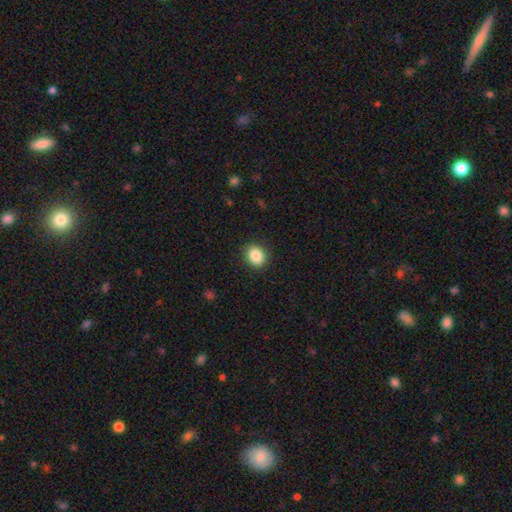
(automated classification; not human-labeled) The model was most divided on "how rounded": round: 59%, in between: 40%, cigar-shaped: 1%. More confident: merging — none (90%); smooth or featured — smooth (86%).